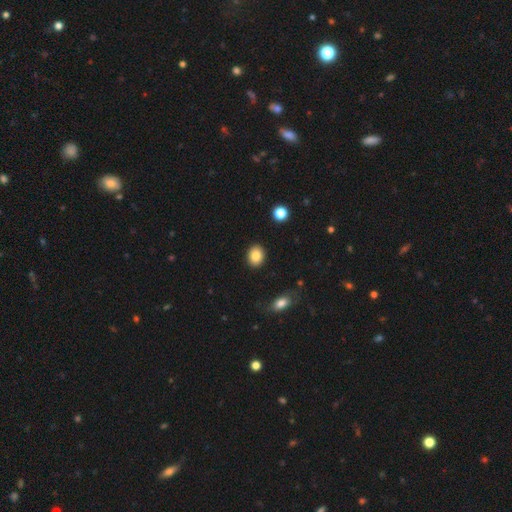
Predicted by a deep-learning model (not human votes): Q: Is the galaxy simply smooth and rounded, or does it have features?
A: smooth — 86%.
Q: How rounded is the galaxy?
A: in between — 53%.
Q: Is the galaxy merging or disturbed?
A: none — 90%.